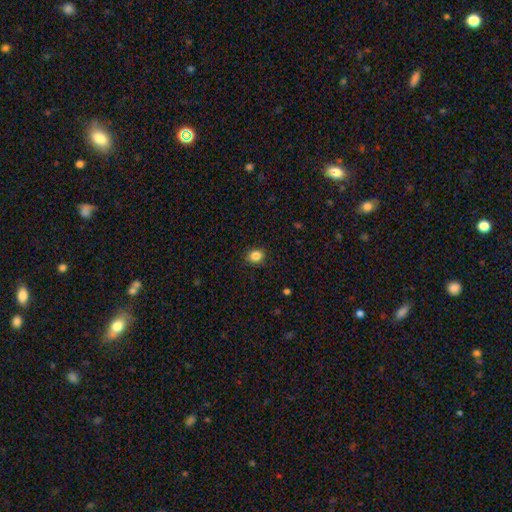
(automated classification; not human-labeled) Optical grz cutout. It shows a smooth galaxy with no disk features (85%) that is round (64%). Merging: none (87%).